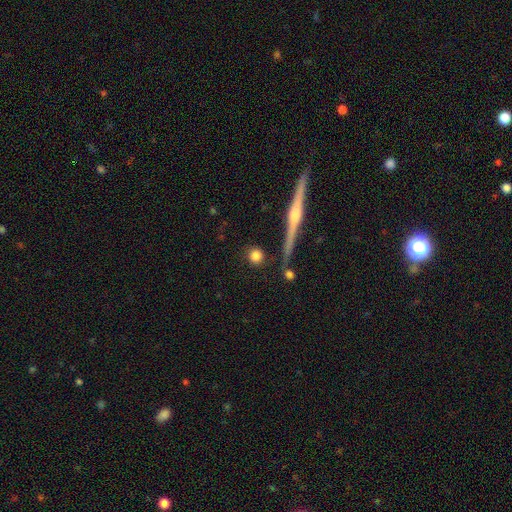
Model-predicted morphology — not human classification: type=smooth (80%); roundness=round (91%); merging=none (84%).